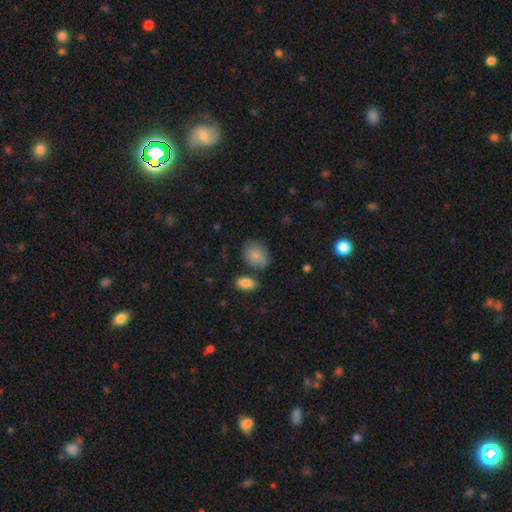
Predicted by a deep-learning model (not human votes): smooth 85%, featured or disk 7%, star or artifact 7%. Down the decision tree: how rounded — in between (60%); merging — none (65%).